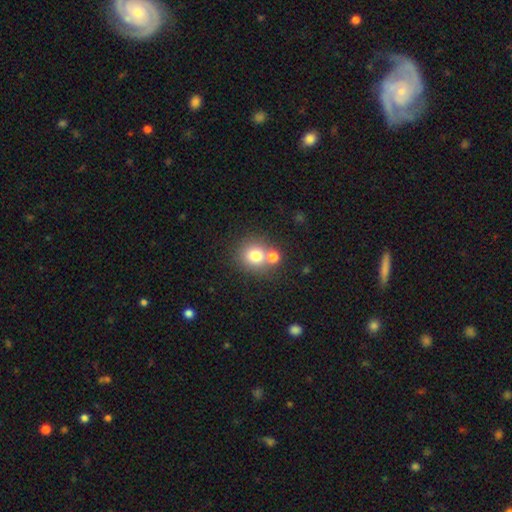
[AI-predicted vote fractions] Morphology: type=smooth (75%); roundness=round (85%); merging=none (56%).